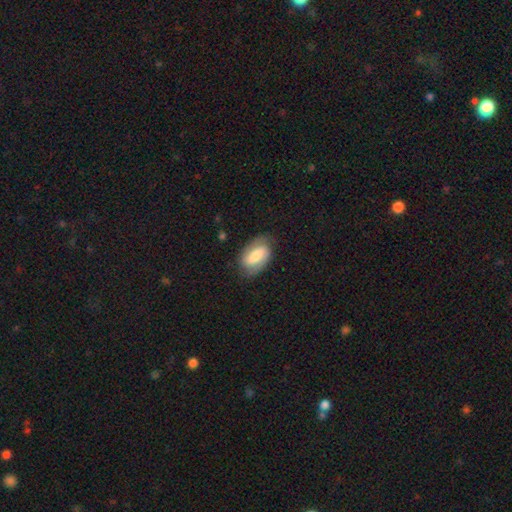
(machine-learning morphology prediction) smooth-or-featured: featured or disk: 53% | smooth: 40% | star or artifact: 7%
  disk-edge-on: no: 94% | yes: 6%
    bar: strong: 43% | weak: 37% | no: 20%
    has-spiral-arms: yes: 82% | no: 18%
    bulge-size: moderate: 43% | small: 26% | large: 20% | none: 7% | dominant: 4%
  merging: none: 76% | minor disturbance: 17% | major disturbance: 6% | merger: 1%